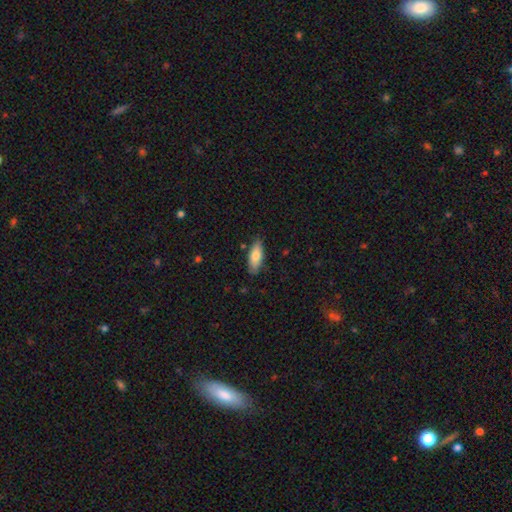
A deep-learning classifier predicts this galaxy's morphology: The model was most divided on "how rounded": in between: 77%, cigar-shaped: 21%, round: 2%. More confident: merging — none (82%); smooth or featured — smooth (79%).